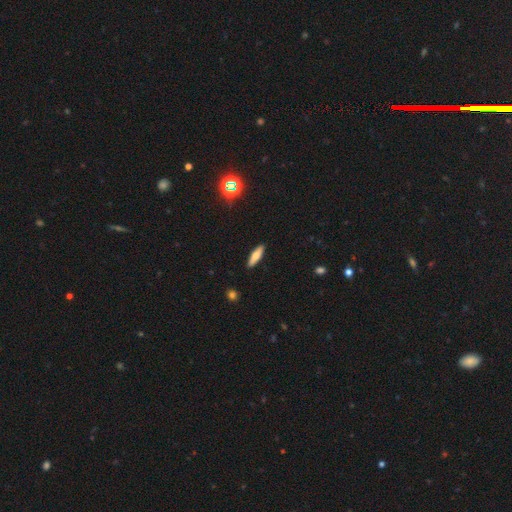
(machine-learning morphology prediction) Q: Smooth or featured?
A: smooth (67%); runner-up: featured or disk (25%)
Q: How rounded?
A: cigar-shaped (65%); runner-up: in between (33%)
Q: Merging?
A: none (90%); runner-up: minor disturbance (8%)